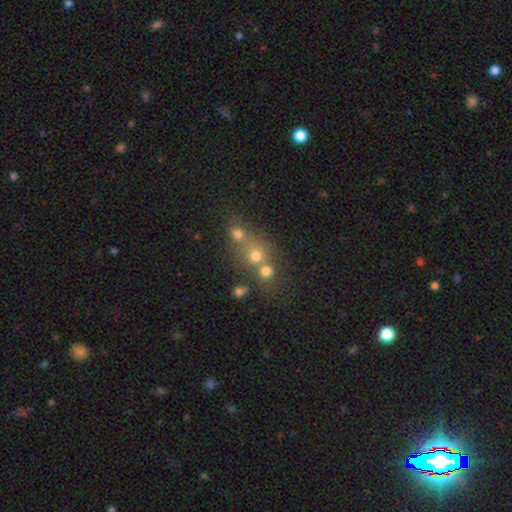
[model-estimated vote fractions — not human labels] smooth_or_featured: smooth (p=0.61) [alt: star or artifact p=0.23]
how_rounded: round (p=0.80) [alt: in between p=0.19]
merging: merger (p=0.51) [alt: none p=0.38]